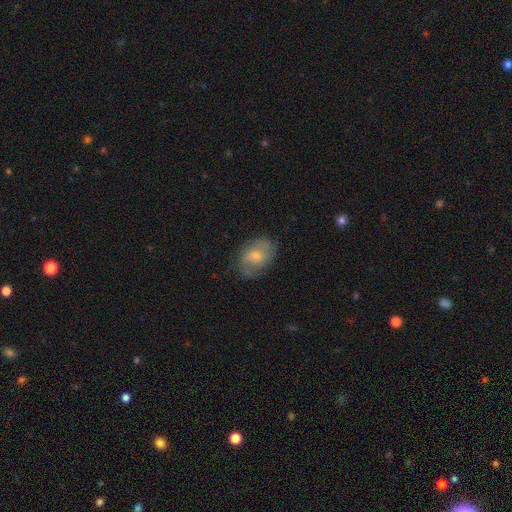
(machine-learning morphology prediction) Smooth or featured?
  - smooth: 55% *
  - featured or disk: 36%
  - star or artifact: 9%
How rounded?
  - in between: 75% *
  - round: 23%
  - cigar-shaped: 1%
Merging?
  - none: 71% *
  - minor disturbance: 21%
  - major disturbance: 7%
  - merger: 1%